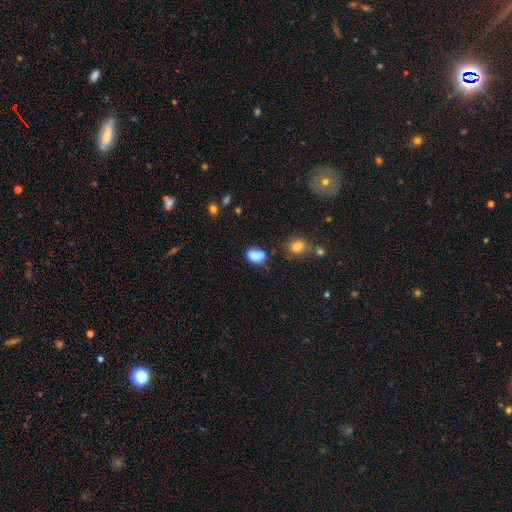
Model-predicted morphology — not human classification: This appears to be a smooth galaxy with no disk features (83%) that is in between round and cigar-shaped (81%). Merging: none (51%).